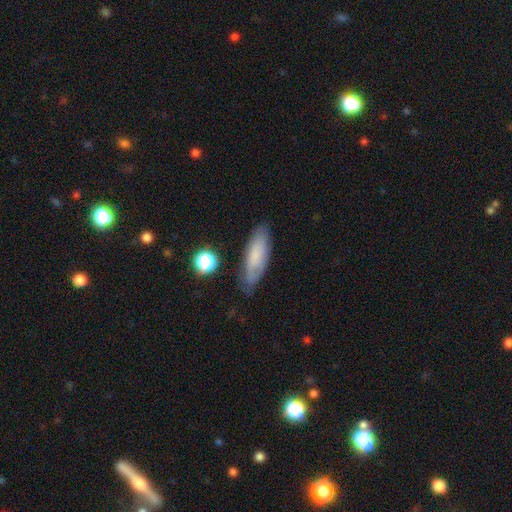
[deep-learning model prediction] Smooth or featured? smooth (69%)
How rounded? in between (55%)
Merging? none (74%)